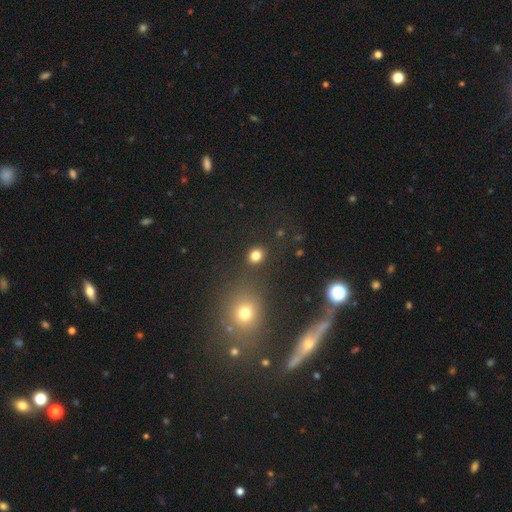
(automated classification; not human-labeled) A smooth galaxy with no disk features (79%) that is round (75%).

Vote fractions:
- Smooth or featured? smooth: 79% / star or artifact: 16% / featured or disk: 5%
- How rounded? round: 75% / in between: 24% / cigar-shaped: 1%
- Merging? none: 85% / minor disturbance: 7% / merger: 5% / major disturbance: 3%